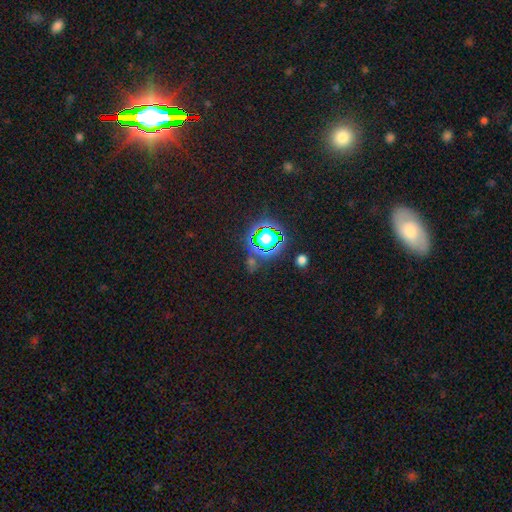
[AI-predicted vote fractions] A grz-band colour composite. It shows a star or artifact, not a galaxy (77%).